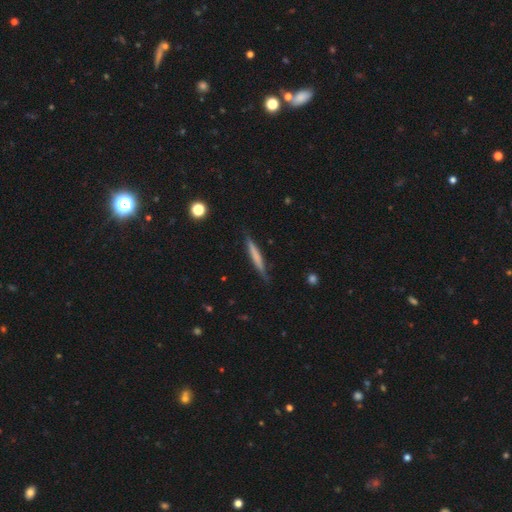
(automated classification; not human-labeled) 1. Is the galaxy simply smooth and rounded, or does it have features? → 59% smooth, 35% featured or disk, 6% star or artifact.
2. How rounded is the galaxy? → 95% cigar-shaped, 4% in between, 2% round.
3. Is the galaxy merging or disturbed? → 82% none, 14% minor disturbance, 2% major disturbance, 1% merger.